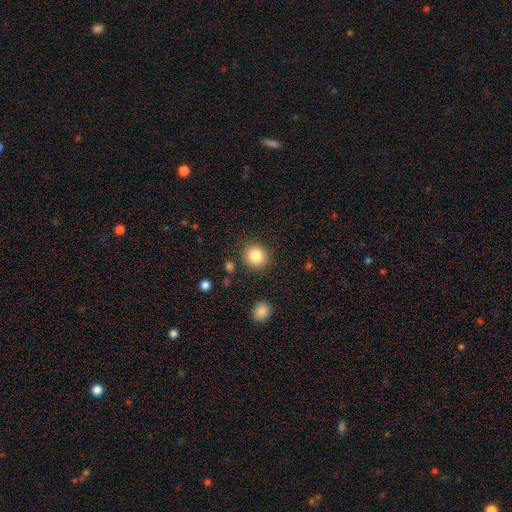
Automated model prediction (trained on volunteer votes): This appears to be a smooth galaxy with no disk features (85%) that is round (88%). Merging: none (86%).